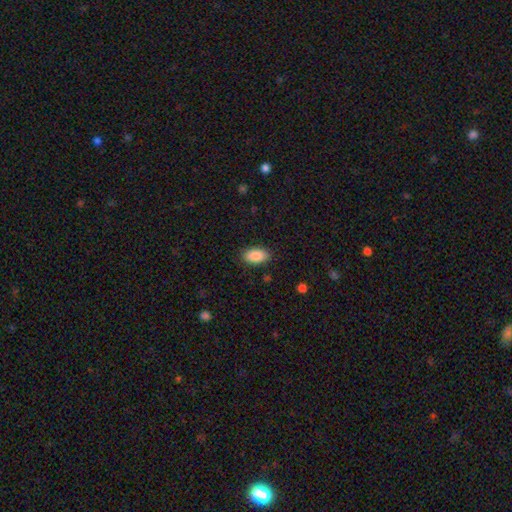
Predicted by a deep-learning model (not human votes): Morphology: type=smooth (89%); roundness=in between (94%); merging=none (88%).